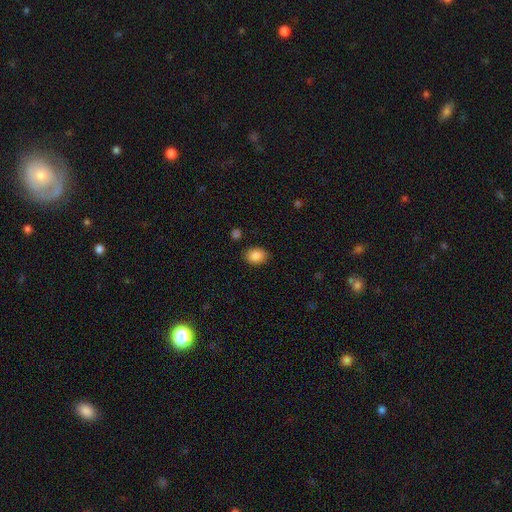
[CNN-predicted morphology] This appears to be a smooth galaxy with no disk features (87%) that is in between round and cigar-shaped (65%). Merging: none (83%).